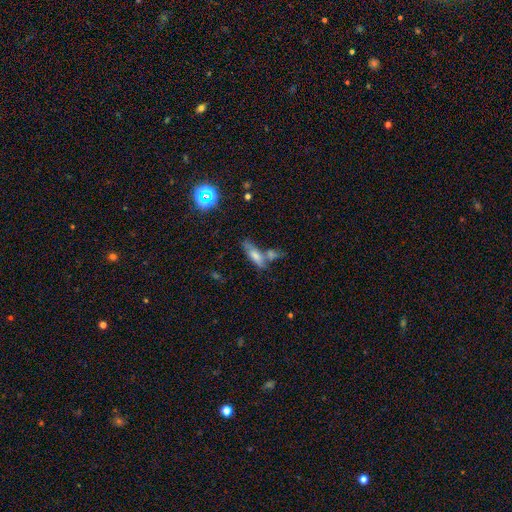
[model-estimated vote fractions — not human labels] A smooth galaxy with no disk features (64%) that is in between round and cigar-shaped (56%). Merging: merger (39%).